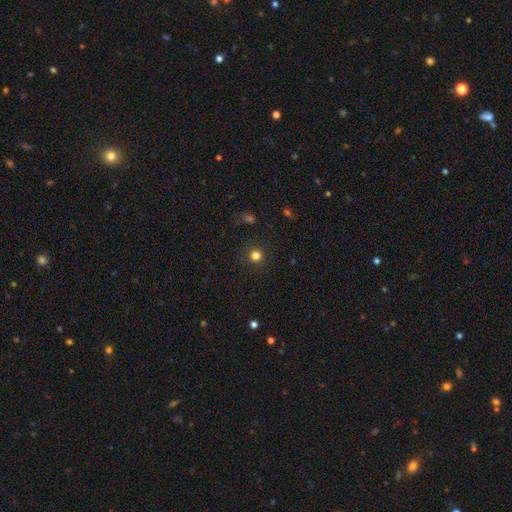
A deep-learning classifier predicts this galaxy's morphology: type=smooth (80%); roundness=round (94%); merging=none (88%).